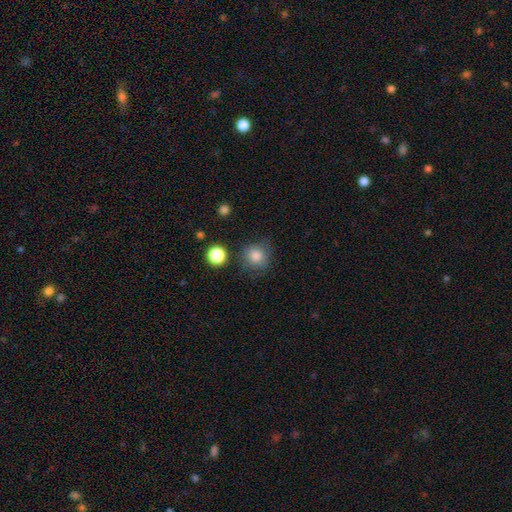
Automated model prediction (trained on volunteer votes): Smooth or featured?
  - smooth: 83% *
  - star or artifact: 11%
  - featured or disk: 6%
How rounded?
  - round: 88% *
  - in between: 11%
  - cigar-shaped: 1%
Merging?
  - none: 76% *
  - minor disturbance: 15%
  - major disturbance: 5%
  - merger: 3%